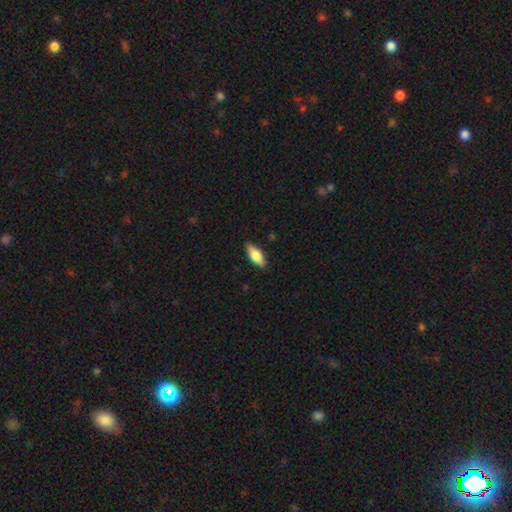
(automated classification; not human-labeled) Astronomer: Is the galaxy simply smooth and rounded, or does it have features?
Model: smooth — 72%.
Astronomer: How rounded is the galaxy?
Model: in between — 71%.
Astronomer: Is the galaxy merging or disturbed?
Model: none — 88%.